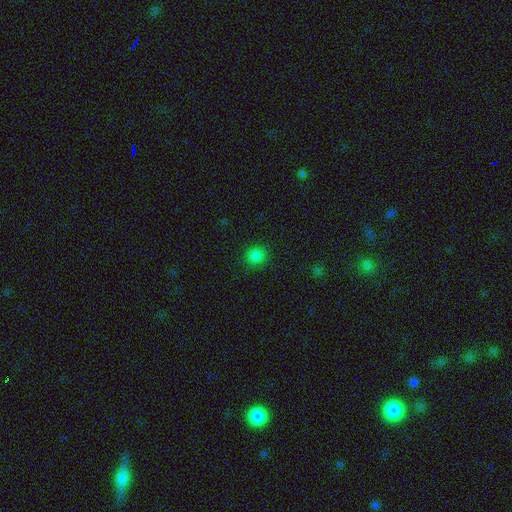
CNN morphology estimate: smooth_or_featured: smooth (p=0.84) [alt: star or artifact p=0.13]
how_rounded: round (p=0.89) [alt: in between p=0.10]
merging: none (p=0.91) [alt: minor disturbance p=0.06]